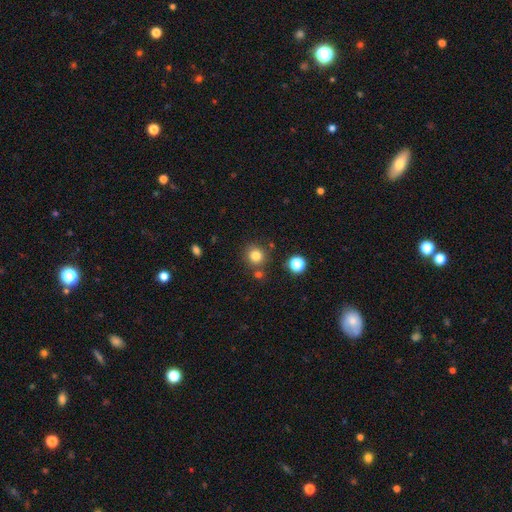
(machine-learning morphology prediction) A smooth galaxy with no disk features (81%) that is round (90%).

Vote fractions:
- Smooth or featured? smooth: 81% / star or artifact: 13% / featured or disk: 6%
- How rounded? round: 90% / in between: 9% / cigar-shaped: 1%
- Merging? none: 79% / minor disturbance: 9% / merger: 9% / major disturbance: 3%